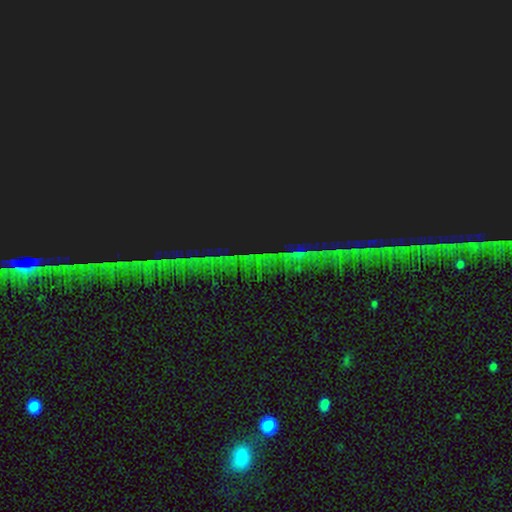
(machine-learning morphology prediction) smooth-or-featured: star or artifact: 85% | featured or disk: 8% | smooth: 7%